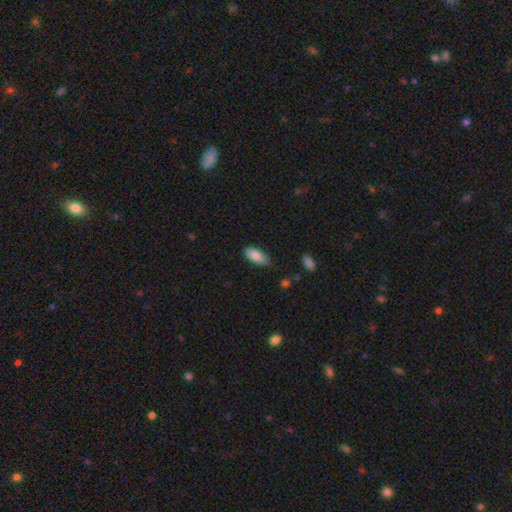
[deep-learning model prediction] A smooth galaxy with no disk features (87%) that is in between round and cigar-shaped (89%).

Vote fractions:
- Smooth or featured? smooth: 87% / featured or disk: 7% / star or artifact: 7%
- How rounded? in between: 89% / cigar-shaped: 8% / round: 2%
- Merging? none: 60% / minor disturbance: 33% / major disturbance: 5% / merger: 2%